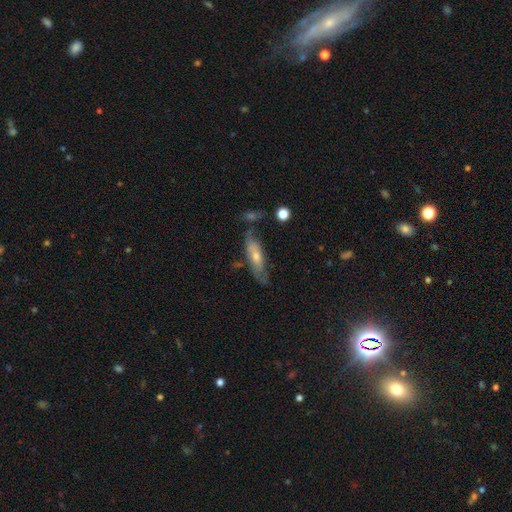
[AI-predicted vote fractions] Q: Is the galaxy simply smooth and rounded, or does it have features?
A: featured or disk — 53%.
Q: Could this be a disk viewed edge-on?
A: no — 56%.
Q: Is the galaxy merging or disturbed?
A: none — 60%.